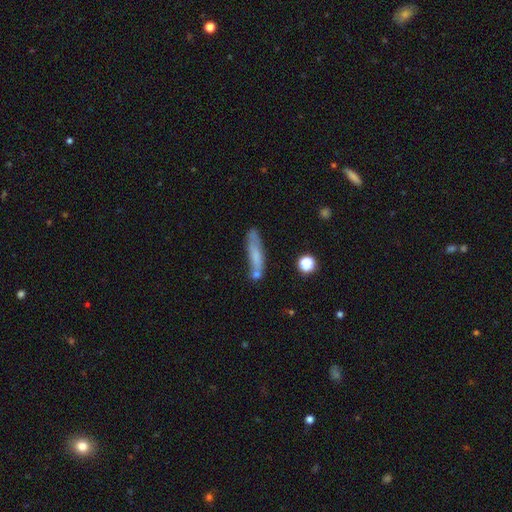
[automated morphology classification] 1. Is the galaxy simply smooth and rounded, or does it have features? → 64% smooth, 27% featured or disk, 9% star or artifact.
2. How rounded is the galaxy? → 81% cigar-shaped, 16% in between, 2% round.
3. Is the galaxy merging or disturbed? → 58% none, 21% minor disturbance, 13% merger, 8% major disturbance.